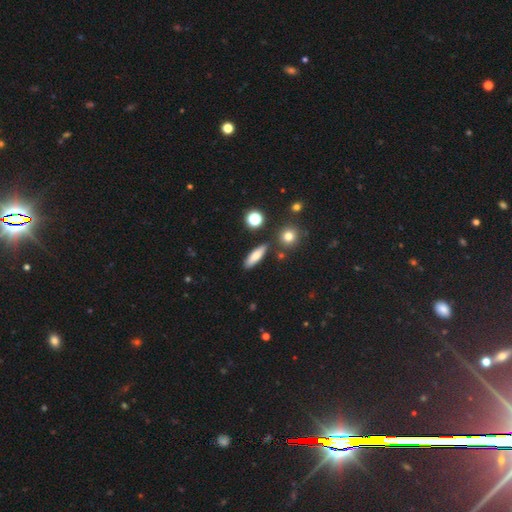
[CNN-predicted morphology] smooth_or_featured: smooth (p=0.71) [alt: featured or disk p=0.19]
how_rounded: cigar-shaped (p=0.55) [alt: in between p=0.39]
merging: none (p=0.82) [alt: minor disturbance p=0.10]